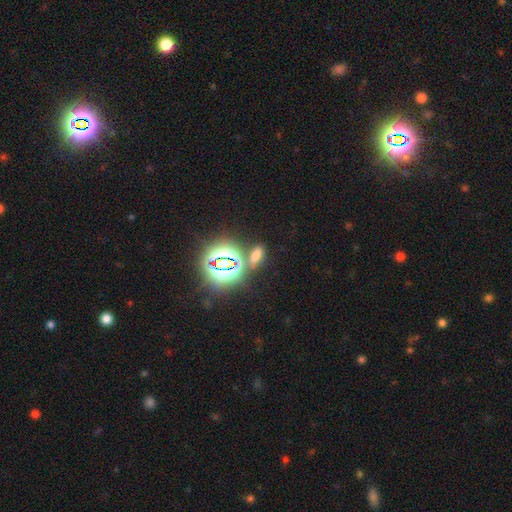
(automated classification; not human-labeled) smooth-or-featured: smooth: 49% | star or artifact: 41% | featured or disk: 9%
  merging: none: 71% | merger: 13% | minor disturbance: 11% | major disturbance: 5%